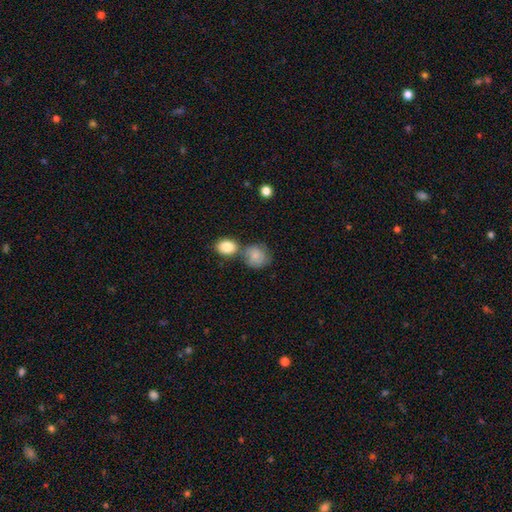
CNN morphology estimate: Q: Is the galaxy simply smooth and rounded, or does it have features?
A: smooth — 81%.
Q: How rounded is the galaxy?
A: round — 73%.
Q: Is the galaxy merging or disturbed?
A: none — 43%.